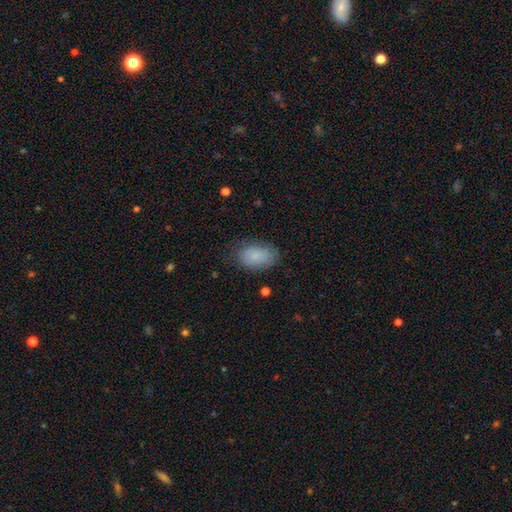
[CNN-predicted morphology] Smooth or featured? smooth (82%)
How rounded? in between (90%)
Merging? none (75%)